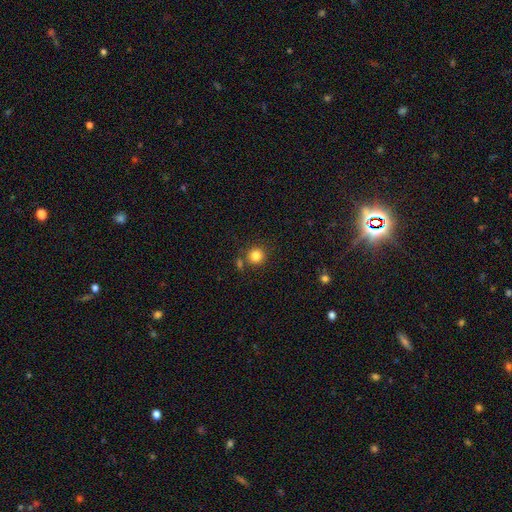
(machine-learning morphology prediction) Smooth or featured?
  - smooth: 83% *
  - star or artifact: 11%
  - featured or disk: 6%
How rounded?
  - round: 92% *
  - in between: 7%
  - cigar-shaped: 1%
Merging?
  - none: 77% *
  - merger: 11%
  - minor disturbance: 9%
  - major disturbance: 3%